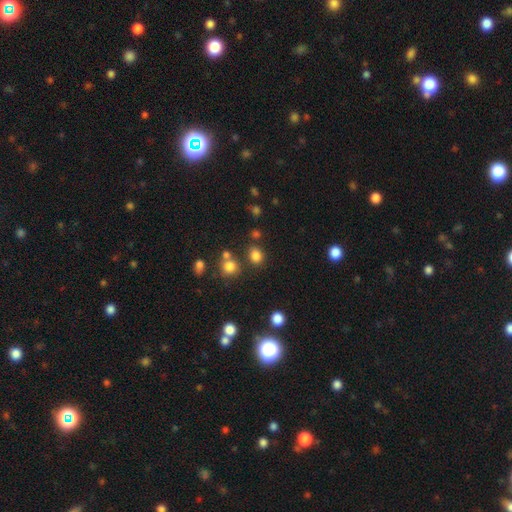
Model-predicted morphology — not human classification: This is likely a smooth galaxy (80%). How rounded: possibly round (58%). Merging: likely none (75%).